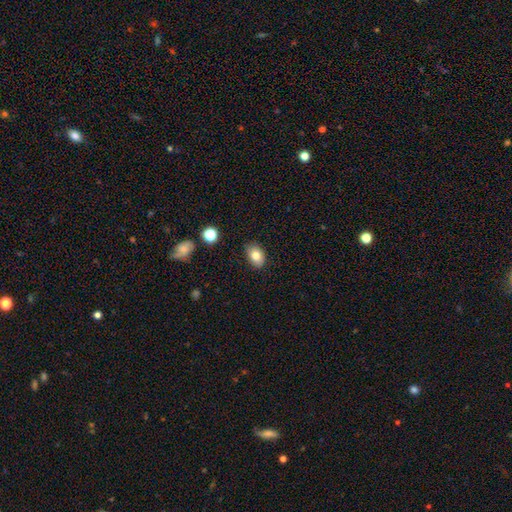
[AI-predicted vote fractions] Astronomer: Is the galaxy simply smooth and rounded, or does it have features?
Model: smooth — 80%.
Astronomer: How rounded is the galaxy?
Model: in between — 82%.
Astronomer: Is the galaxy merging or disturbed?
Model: none — 85%.